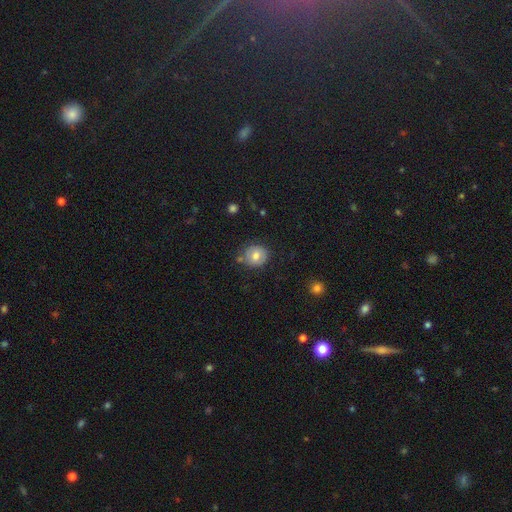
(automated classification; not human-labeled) smooth_or_featured: smooth (p=0.74) [alt: featured or disk p=0.17]
how_rounded: round (p=0.84) [alt: in between p=0.15]
merging: none (p=0.76) [alt: minor disturbance p=0.15]